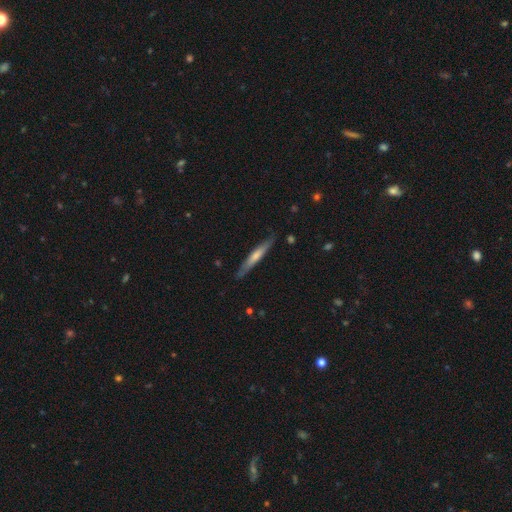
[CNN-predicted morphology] Smooth or featured? Predicted: featured or disk (p=0.51). Edge-on disk? Predicted: yes (p=0.93). Merging? Predicted: none (p=0.85).